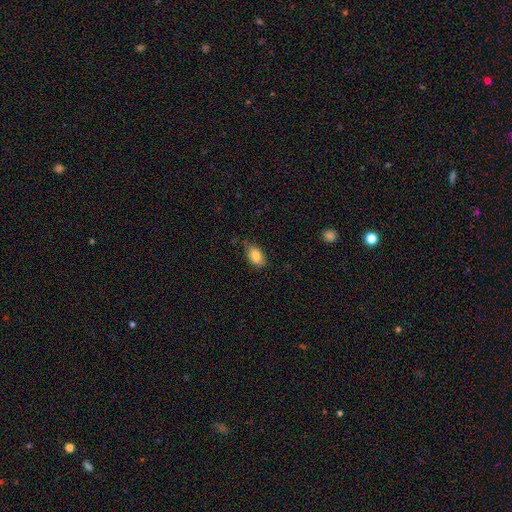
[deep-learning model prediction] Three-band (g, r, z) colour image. It shows a smooth galaxy with no disk features (83%) that is in between round and cigar-shaped (89%). Merging: none (71%).